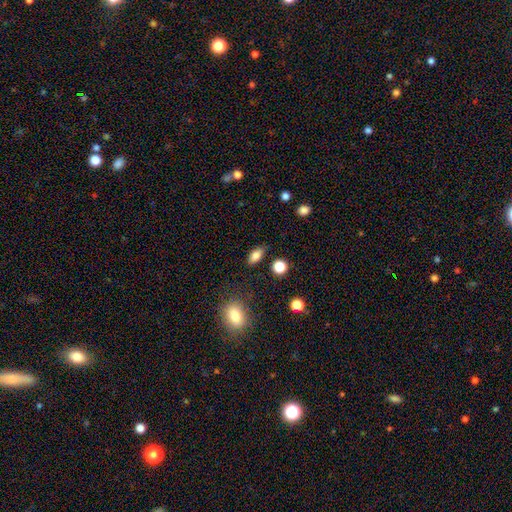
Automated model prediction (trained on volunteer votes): Smooth or featured? smooth (82%)
How rounded? in between (82%)
Merging? none (83%)